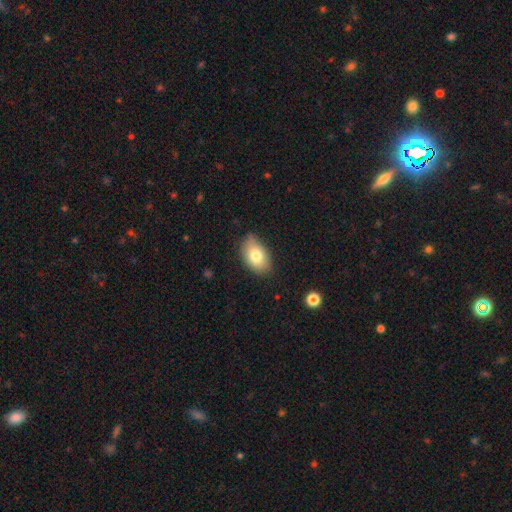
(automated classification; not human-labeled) This appears to be a smooth galaxy with no disk features (77%) that is in between round and cigar-shaped (88%). Merging: none (74%).